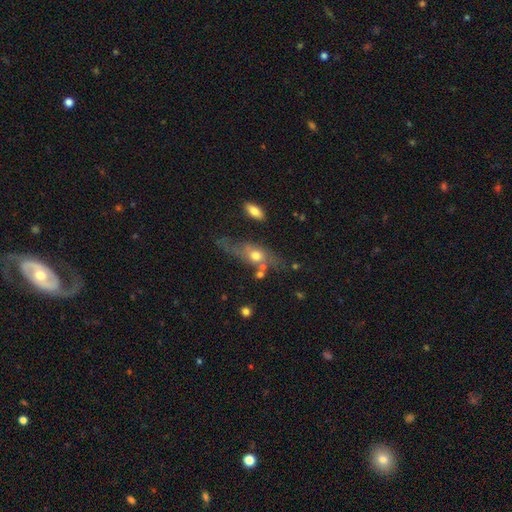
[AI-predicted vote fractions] This is possibly a smooth galaxy (49%). Merging: marginally none (43%).